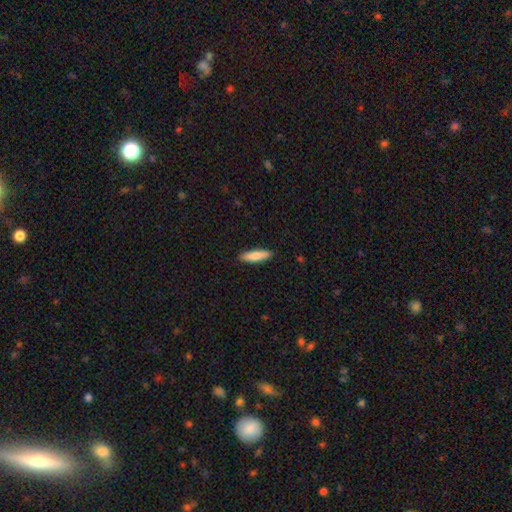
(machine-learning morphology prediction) type=smooth (82%); roundness=cigar-shaped (74%); merging=none (90%).